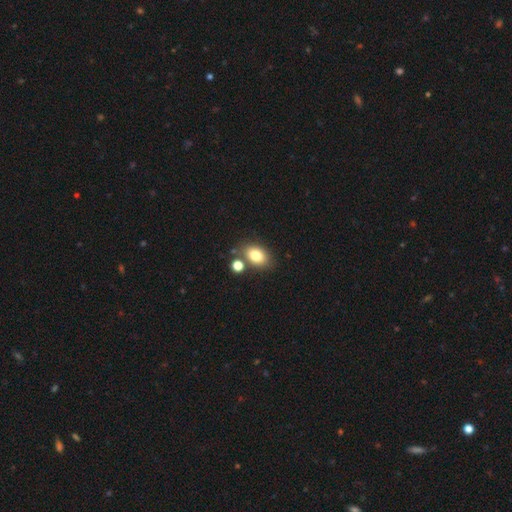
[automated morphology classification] Smooth or featured?
  - smooth: 81% *
  - star or artifact: 10%
  - featured or disk: 9%
How rounded?
  - in between: 77% *
  - round: 22%
  - cigar-shaped: 1%
Merging?
  - none: 69% *
  - merger: 15%
  - minor disturbance: 12%
  - major disturbance: 4%